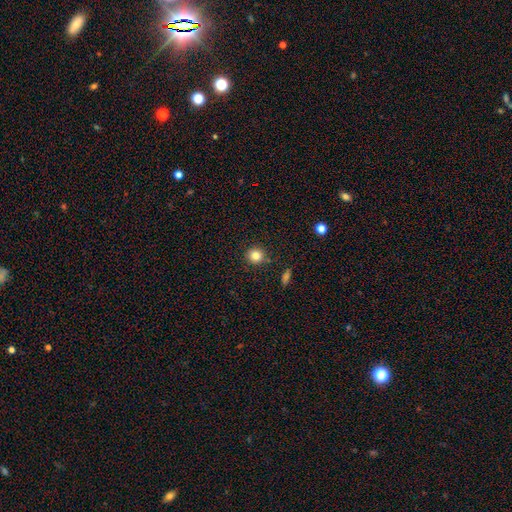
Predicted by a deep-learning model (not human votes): Smooth or featured: smooth — 83% (star or artifact — 11%)
How rounded: round — 92% (in between — 8%)
Merging: none — 89% (minor disturbance — 7%)